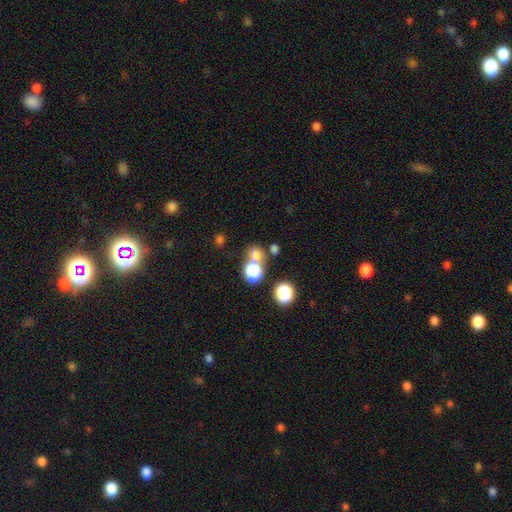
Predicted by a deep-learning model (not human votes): smooth_or_featured: smooth (p=0.69) [alt: star or artifact p=0.22]
how_rounded: round (p=0.75) [alt: in between p=0.23]
merging: none (p=0.50) [alt: merger p=0.38]